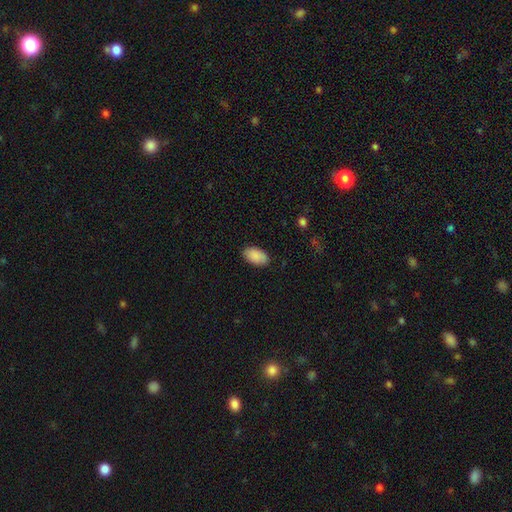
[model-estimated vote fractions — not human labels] smooth_or_featured: smooth (p=0.90) [alt: star or artifact p=0.06]
how_rounded: in between (p=0.95) [alt: round p=0.04]
merging: none (p=0.87) [alt: minor disturbance p=0.10]